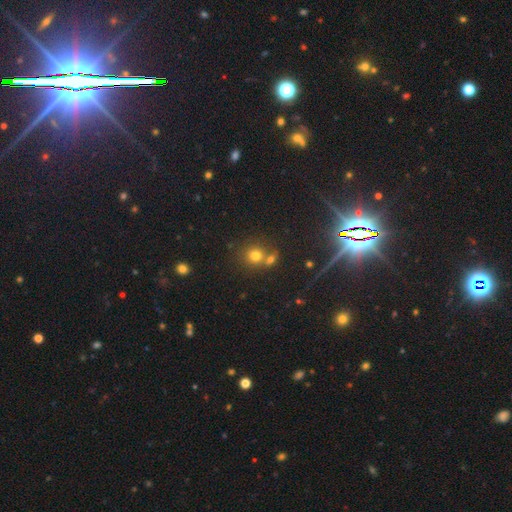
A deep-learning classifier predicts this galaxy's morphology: smooth_or_featured: smooth (p=0.74) [alt: star or artifact p=0.16]
how_rounded: round (p=0.86) [alt: in between p=0.13]
merging: none (p=0.51) [alt: merger p=0.37]